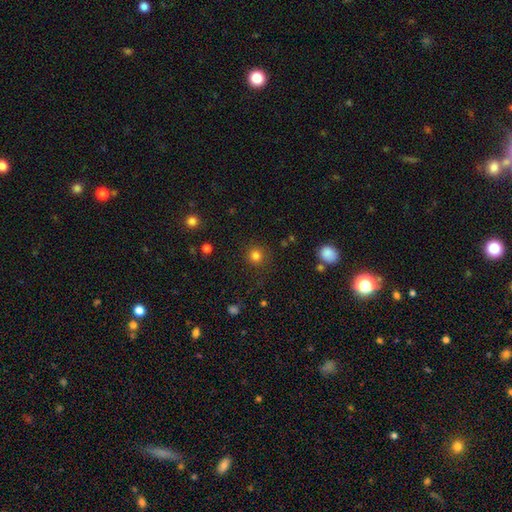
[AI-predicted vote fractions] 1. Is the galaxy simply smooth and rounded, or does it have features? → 81% smooth, 14% star or artifact, 5% featured or disk.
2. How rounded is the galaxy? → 93% round, 6% in between, 1% cigar-shaped.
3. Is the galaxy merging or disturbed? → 86% none, 8% minor disturbance, 4% major disturbance, 2% merger.